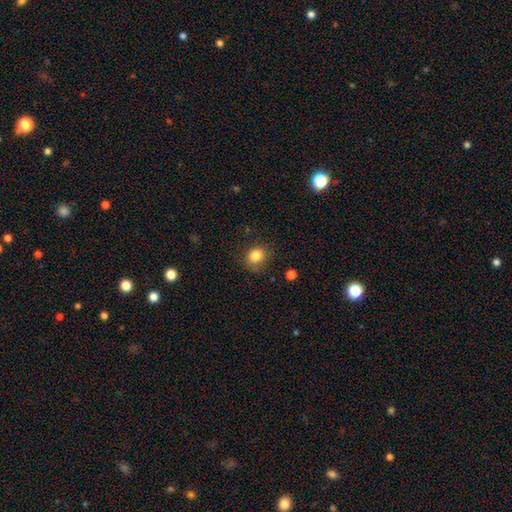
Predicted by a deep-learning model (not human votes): A smooth galaxy with no disk features (84%) that is round (69%).

Vote fractions:
- Smooth or featured? smooth: 84% / star or artifact: 11% / featured or disk: 6%
- How rounded? round: 69% / in between: 30% / cigar-shaped: 1%
- Merging? none: 77% / minor disturbance: 17% / major disturbance: 5% / merger: 2%